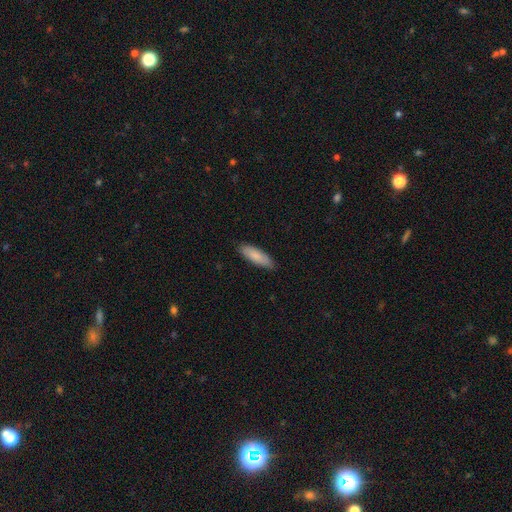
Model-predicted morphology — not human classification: This is clearly a smooth galaxy (83%). How rounded: possibly in between (55%). Merging: clearly none (84%).